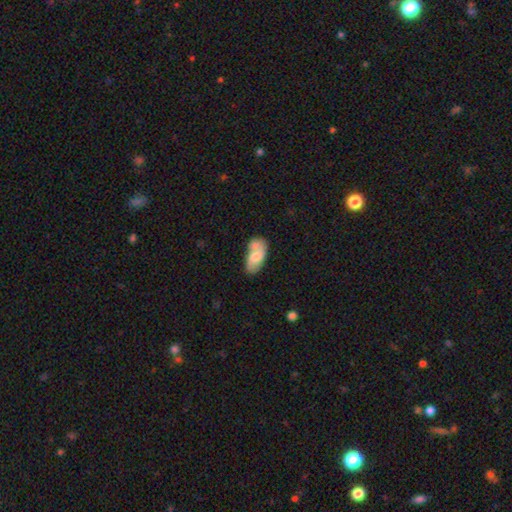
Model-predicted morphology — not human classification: Smooth or featured? Predicted: smooth (p=0.62). How rounded? Predicted: in between (p=0.92). Merging? Predicted: none (p=0.42).